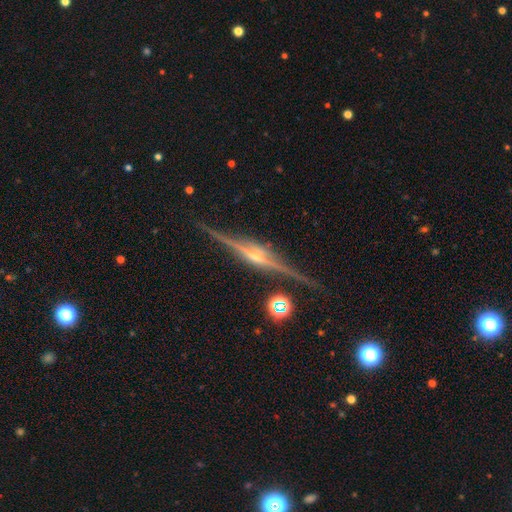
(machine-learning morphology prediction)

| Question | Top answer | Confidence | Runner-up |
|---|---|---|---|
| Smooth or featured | featured or disk | 89% | star or artifact (6%) |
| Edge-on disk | yes | 98% | no (2%) |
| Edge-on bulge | rounded | 81% | boxy (13%) |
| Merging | none | 88% | minor disturbance (9%) |